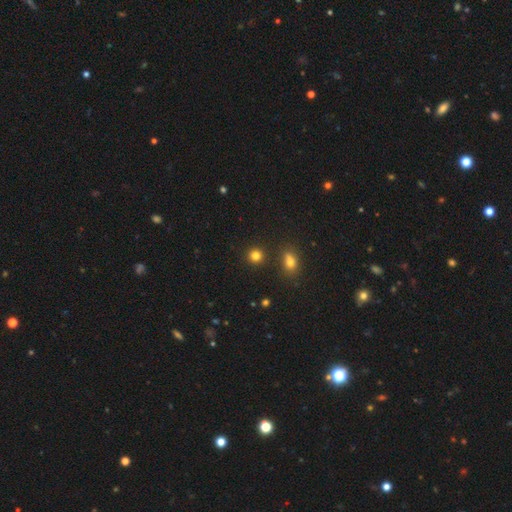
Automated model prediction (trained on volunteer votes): A smooth galaxy with no disk features (81%) that is round (90%).

Vote fractions:
- Smooth or featured? smooth: 81% / star or artifact: 14% / featured or disk: 5%
- How rounded? round: 90% / in between: 9% / cigar-shaped: 1%
- Merging? none: 87% / minor disturbance: 6% / merger: 5% / major disturbance: 2%